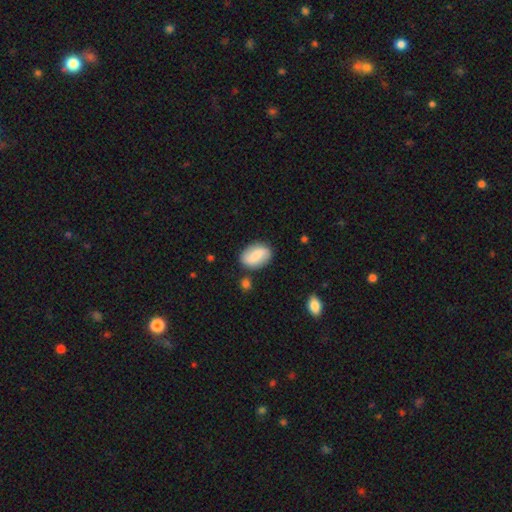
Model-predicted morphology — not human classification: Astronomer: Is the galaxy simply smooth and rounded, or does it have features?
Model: smooth — 62%.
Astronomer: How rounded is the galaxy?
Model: in between — 84%.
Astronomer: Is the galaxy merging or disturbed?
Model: none — 81%.